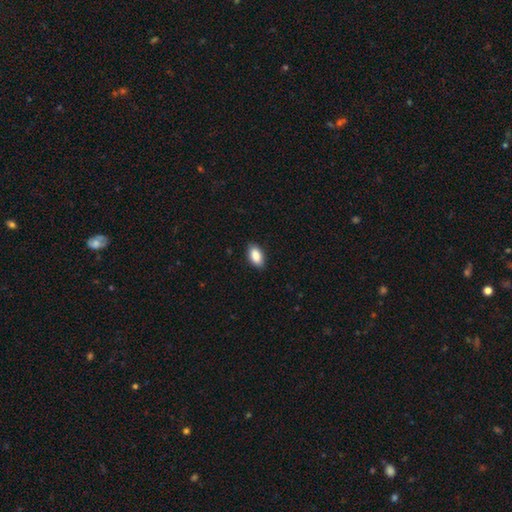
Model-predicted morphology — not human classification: This appears to be a smooth galaxy with no disk features (89%) that is in between round and cigar-shaped (93%). Merging: none (87%).